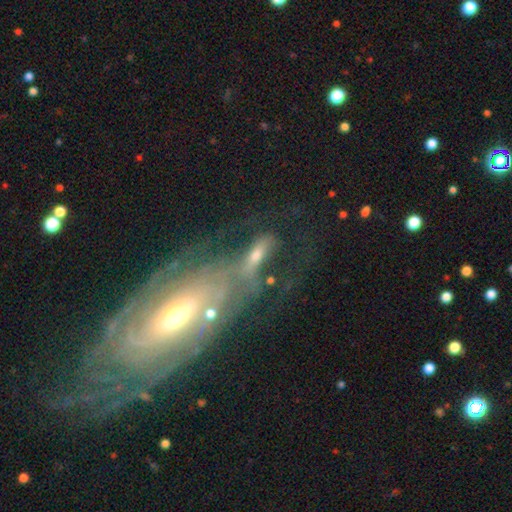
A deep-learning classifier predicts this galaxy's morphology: A featured or disk galaxy (78%) with no bar (55%), tight (72%) spiral arms (85%) and a moderate central bulge (53%). Merging: none (55%).